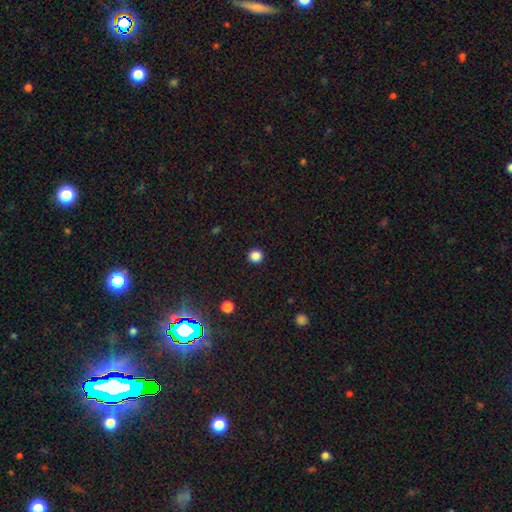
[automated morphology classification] smooth 85%, star or artifact 12%, featured or disk 3%. Down the decision tree: how rounded — round (96%); merging — none (93%).